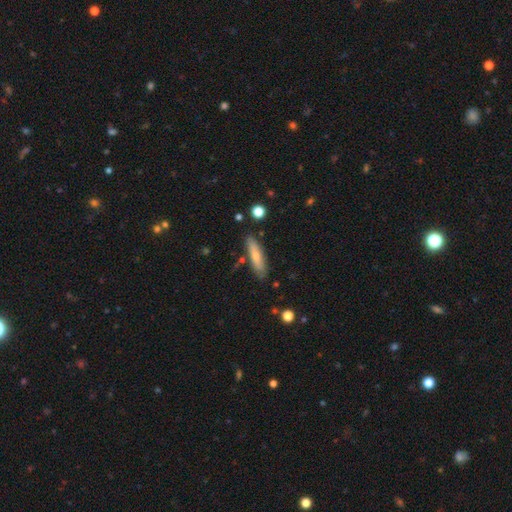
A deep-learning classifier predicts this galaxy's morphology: A smooth galaxy with no disk features (66%) that is cigar-shaped (75%).

Vote fractions:
- Smooth or featured? smooth: 66% / featured or disk: 28% / star or artifact: 6%
- How rounded? cigar-shaped: 75% / in between: 24% / round: 2%
- Merging? none: 81% / minor disturbance: 13% / merger: 4% / major disturbance: 3%